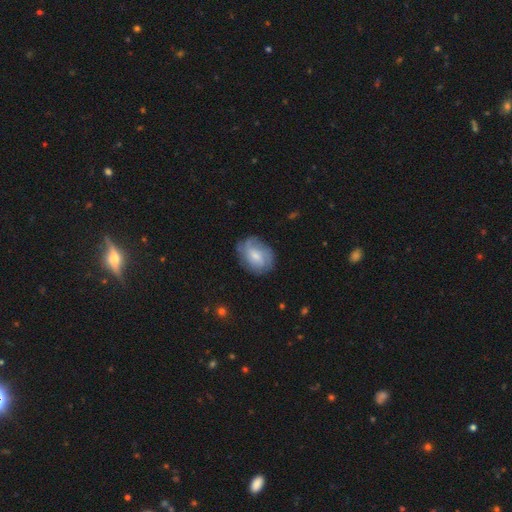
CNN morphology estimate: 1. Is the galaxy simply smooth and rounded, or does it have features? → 58% featured or disk, 35% smooth, 7% star or artifact.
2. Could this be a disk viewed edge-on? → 97% no, 3% yes.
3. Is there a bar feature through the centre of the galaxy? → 47% weak, 43% no, 10% strong.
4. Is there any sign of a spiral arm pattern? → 83% yes, 17% no.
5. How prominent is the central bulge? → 54% small, 34% moderate, 7% none, 3% large, 1% dominant.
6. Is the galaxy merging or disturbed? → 70% none, 21% minor disturbance, 8% major disturbance, 1% merger.